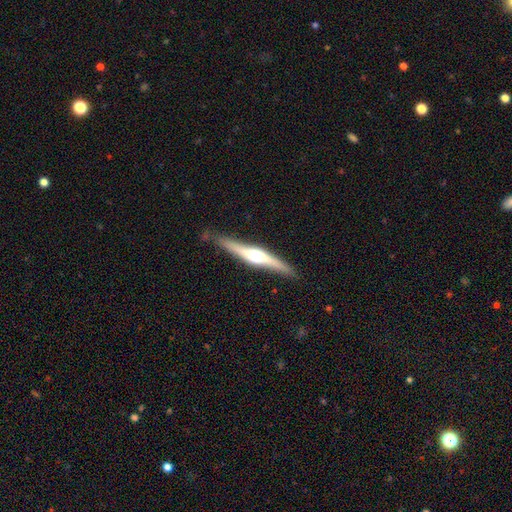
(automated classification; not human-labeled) Overall: featured or disk (73%). Edge-on disk: yes (97%). Edge-on bulge: rounded (93%). Merging: none (87%).